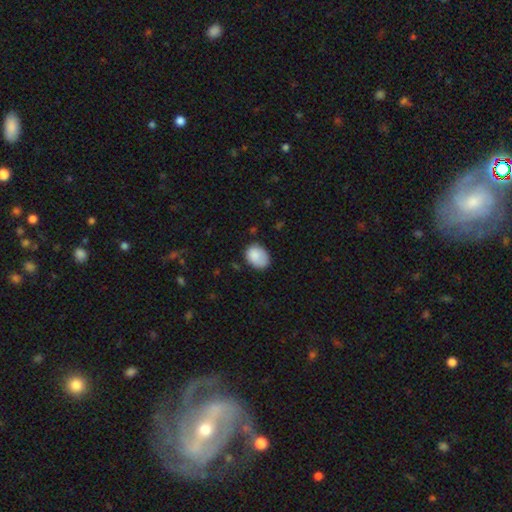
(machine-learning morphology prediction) The model was most divided on "how rounded": in between: 66%, round: 33%, cigar-shaped: 1%. More confident: smooth or featured — smooth (86%); merging — none (66%).